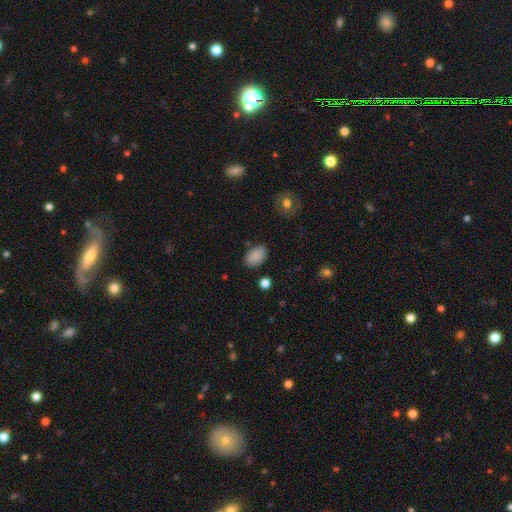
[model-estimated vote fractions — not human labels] Morphology: type=smooth (87%); roundness=in between (89%); merging=none (81%).